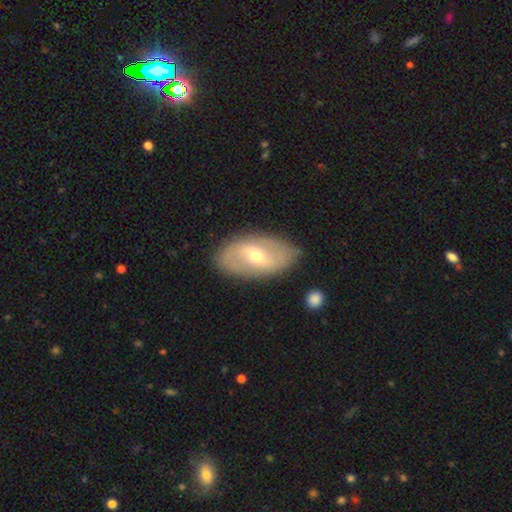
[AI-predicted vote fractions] This is likely a featured or disk galaxy (64%). It is clearly not viewed edge-on (92%). Bar: possibly weak (48%). Spiral arm pattern: likely yes (67%). Central bulge: possibly moderate (52%). Merging: clearly none (83%).